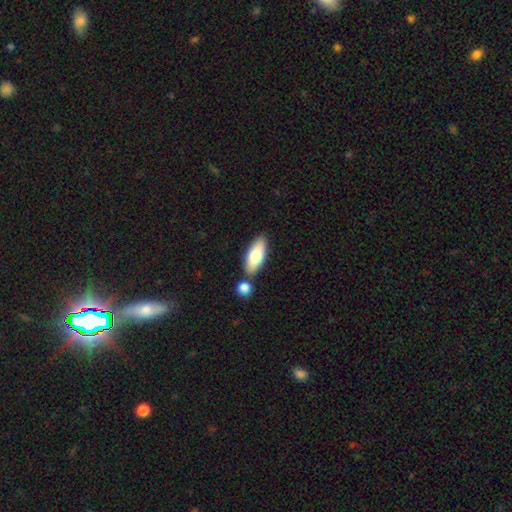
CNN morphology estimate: Smooth or featured? Predicted: smooth (p=0.76). How rounded? Predicted: in between (p=0.80). Merging? Predicted: none (p=0.71).